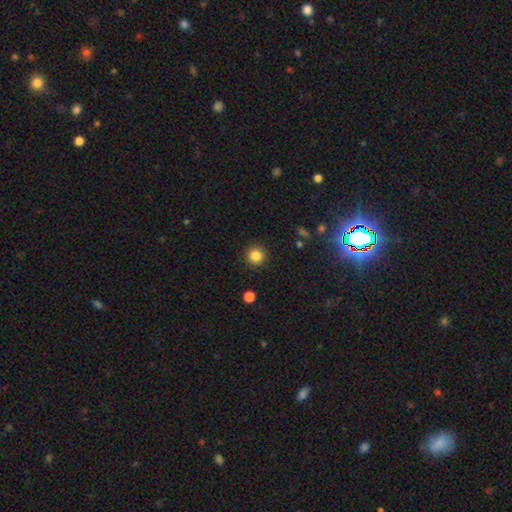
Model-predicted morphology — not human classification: The model was most divided on "smooth or featured": smooth: 85%, star or artifact: 11%, featured or disk: 4%. More confident: how rounded — round (94%); merging — none (91%).